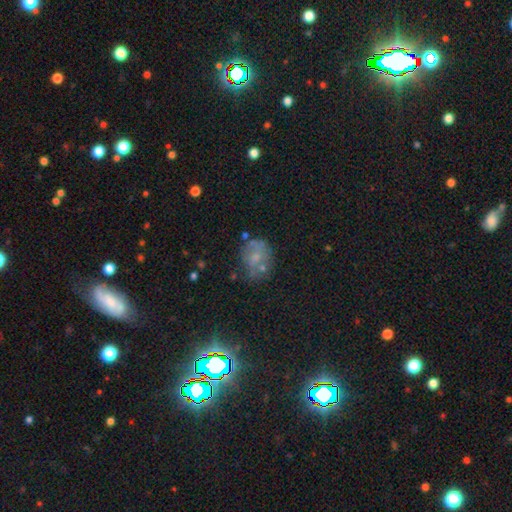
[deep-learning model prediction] Morphology: type=smooth (49%); merging=none (55%).